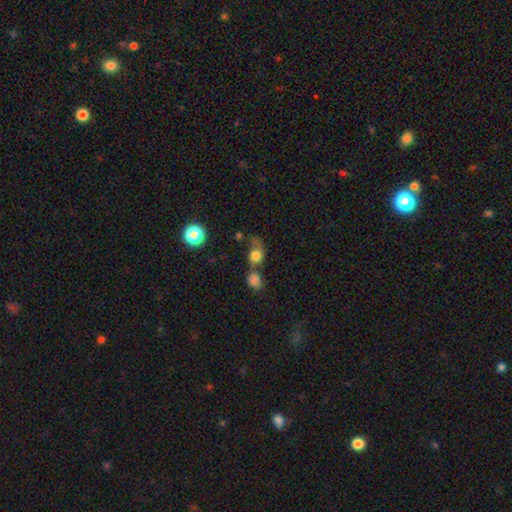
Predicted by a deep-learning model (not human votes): A smooth galaxy with no disk features (73%) that is round (72%). Merging: merger (40%).